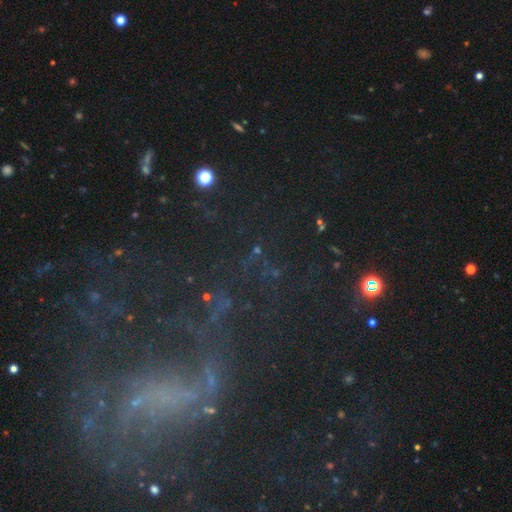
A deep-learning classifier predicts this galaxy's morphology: A star or artifact, not a galaxy (53%).

Vote fractions:
- Smooth or featured? star or artifact: 53% / featured or disk: 31% / smooth: 17%